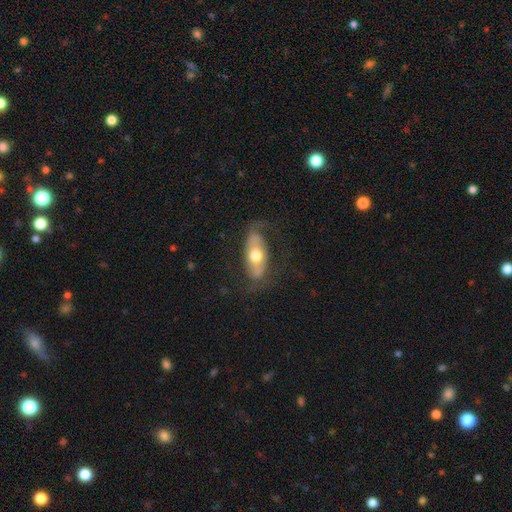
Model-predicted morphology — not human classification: smooth-or-featured: featured or disk: 59% | smooth: 35% | star or artifact: 6%
  disk-edge-on: no: 83% | yes: 17%
  merging: none: 64% | minor disturbance: 18% | major disturbance: 16% | merger: 2%